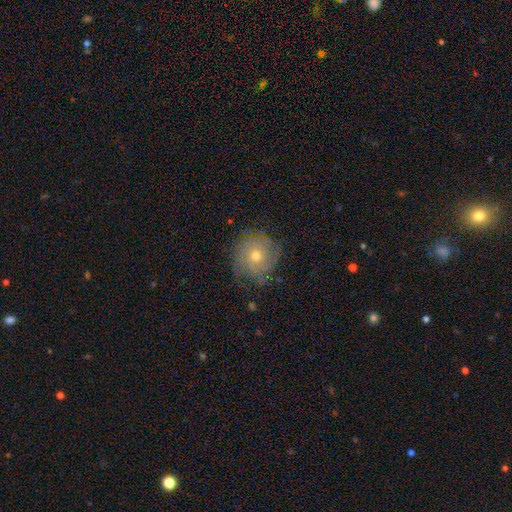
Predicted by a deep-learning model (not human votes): Smooth or featured?
  - featured or disk: 46% *
  - smooth: 44%
  - star or artifact: 10%
Merging?
  - none: 73% *
  - minor disturbance: 19%
  - major disturbance: 7%
  - merger: 1%